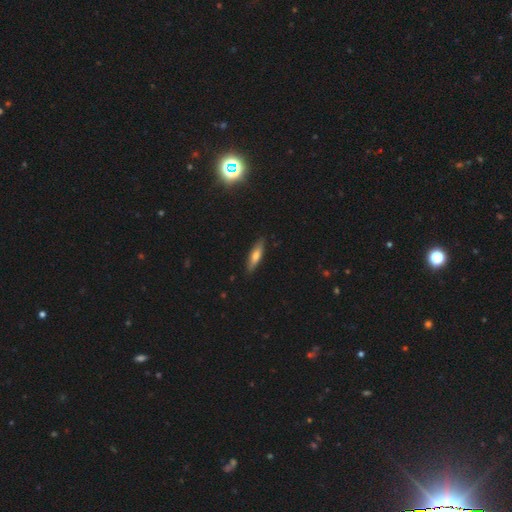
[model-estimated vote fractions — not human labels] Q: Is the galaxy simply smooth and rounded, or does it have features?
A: smooth — 62%.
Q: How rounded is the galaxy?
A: cigar-shaped — 69%.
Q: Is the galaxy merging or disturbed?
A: none — 87%.